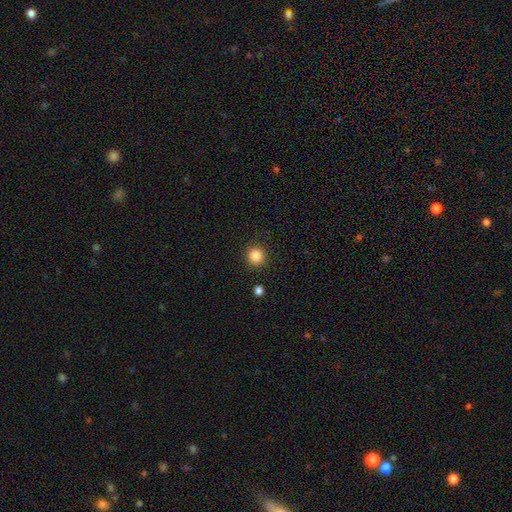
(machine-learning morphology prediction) Smooth or featured?
  - smooth: 86% *
  - star or artifact: 10%
  - featured or disk: 4%
How rounded?
  - round: 93% *
  - in between: 6%
  - cigar-shaped: 1%
Merging?
  - none: 91% *
  - minor disturbance: 6%
  - major disturbance: 2%
  - merger: 2%